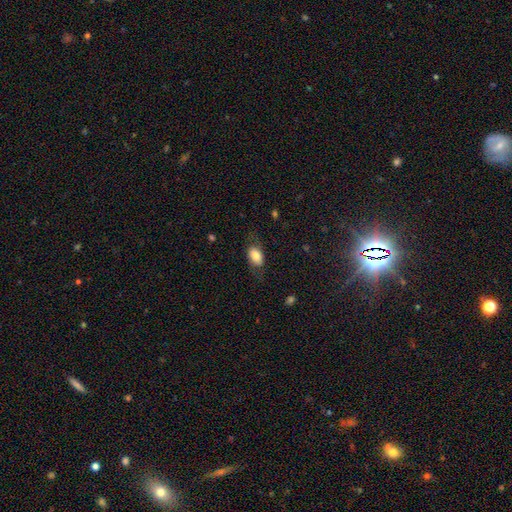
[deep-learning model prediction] Smooth or featured?
  - smooth: 79% *
  - featured or disk: 14%
  - star or artifact: 7%
How rounded?
  - in between: 89% *
  - round: 9%
  - cigar-shaped: 2%
Merging?
  - none: 67% *
  - minor disturbance: 20%
  - major disturbance: 11%
  - merger: 1%